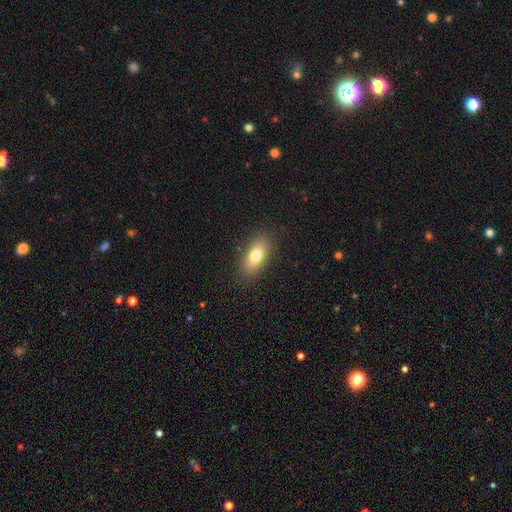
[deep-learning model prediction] Smooth or featured? smooth (76%)
How rounded? in between (82%)
Merging? none (86%)